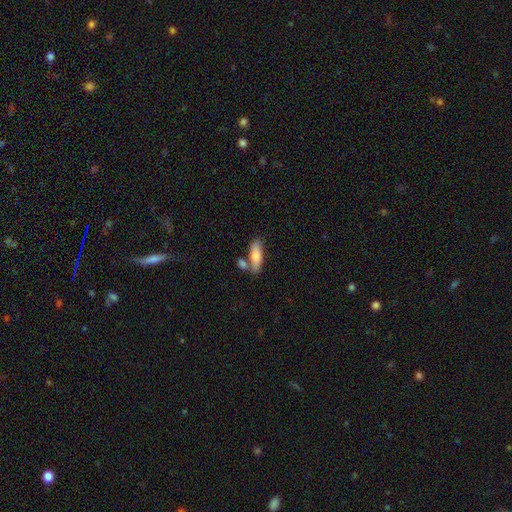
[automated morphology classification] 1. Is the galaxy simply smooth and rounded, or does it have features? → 77% smooth, 17% featured or disk, 6% star or artifact.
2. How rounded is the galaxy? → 64% in between, 34% cigar-shaped, 3% round.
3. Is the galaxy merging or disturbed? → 58% none, 24% merger, 14% minor disturbance, 4% major disturbance.